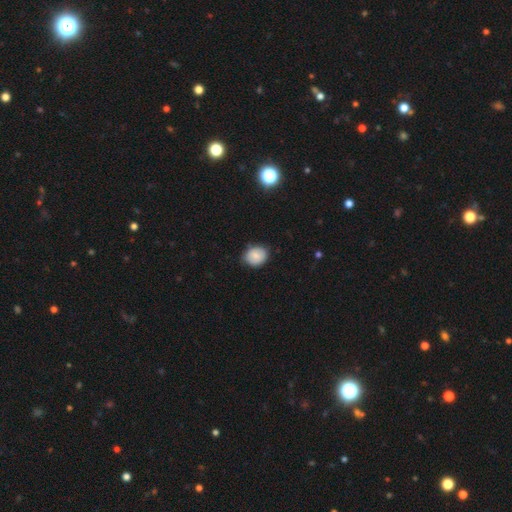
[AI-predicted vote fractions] Smooth or featured? smooth (83%)
How rounded? round (61%)
Merging? none (80%)